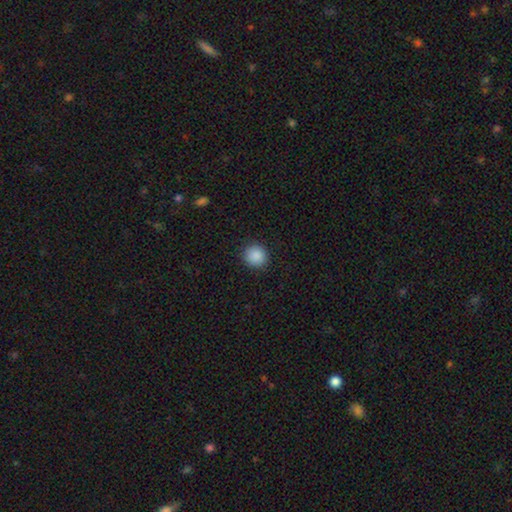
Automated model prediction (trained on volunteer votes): Smooth or featured: smooth — 89% (star or artifact — 8%)
How rounded: round — 92% (in between — 7%)
Merging: none — 91% (minor disturbance — 6%)